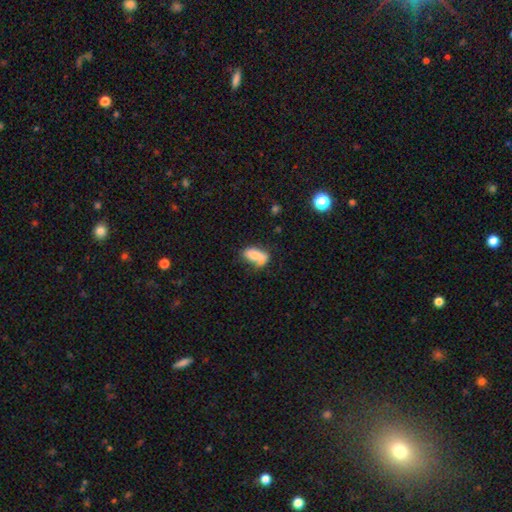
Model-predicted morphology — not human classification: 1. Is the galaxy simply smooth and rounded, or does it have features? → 72% smooth, 19% featured or disk, 8% star or artifact.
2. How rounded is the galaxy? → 88% in between, 8% cigar-shaped, 4% round.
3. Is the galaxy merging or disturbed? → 43% none, 27% minor disturbance, 16% major disturbance, 14% merger.